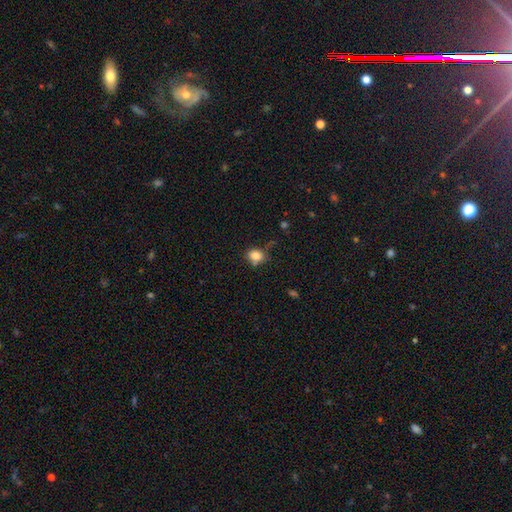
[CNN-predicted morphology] A smooth galaxy with no disk features (82%) that is round (58%).

Vote fractions:
- Smooth or featured? smooth: 82% / star or artifact: 11% / featured or disk: 7%
- How rounded? round: 58% / in between: 41% / cigar-shaped: 1%
- Merging? none: 60% / minor disturbance: 25% / merger: 9% / major disturbance: 7%